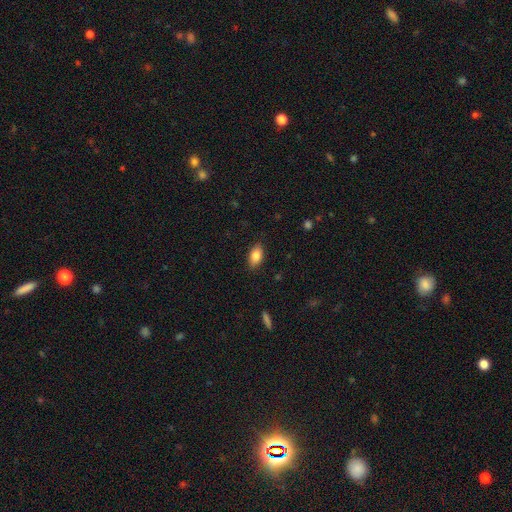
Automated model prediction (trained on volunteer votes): Smooth or featured?
  - smooth: 84% *
  - featured or disk: 9%
  - star or artifact: 7%
How rounded?
  - in between: 90% *
  - round: 5%
  - cigar-shaped: 4%
Merging?
  - none: 86% *
  - minor disturbance: 10%
  - major disturbance: 2%
  - merger: 1%